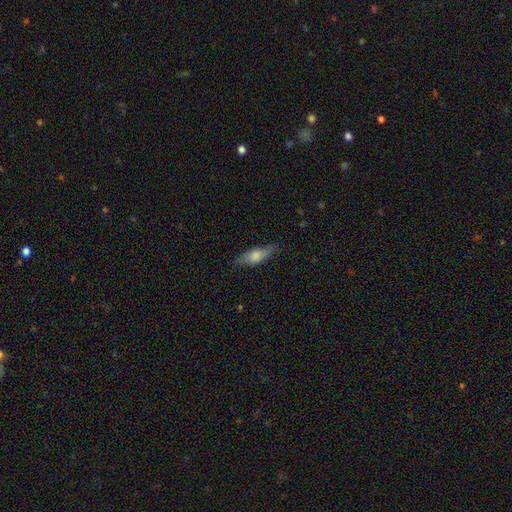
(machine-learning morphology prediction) type=smooth (70%); roundness=in between (67%); merging=none (72%).